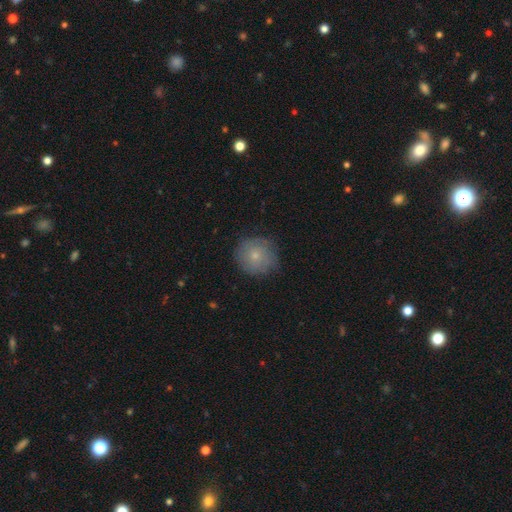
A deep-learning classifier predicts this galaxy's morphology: Smooth or featured? Predicted: smooth (p=0.70). How rounded? Predicted: round (p=0.92). Merging? Predicted: none (p=0.77).